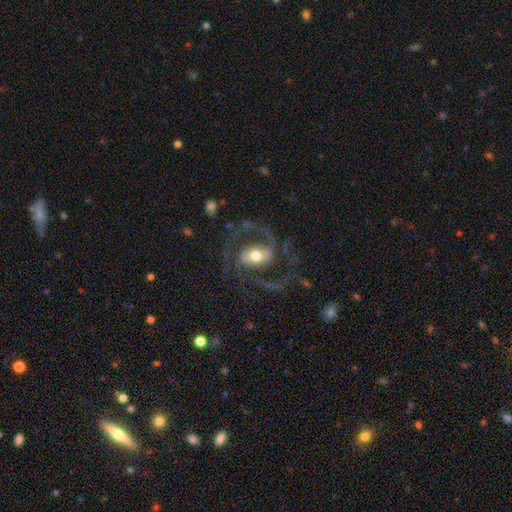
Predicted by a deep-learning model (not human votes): Smooth or featured? Predicted: featured or disk (p=0.88). Edge-on disk? Predicted: no (p=0.98). Bar? Predicted: no (p=0.41). Spiral arms? Predicted: yes (p=0.96). Spiral winding? Predicted: medium (p=0.57). Spiral arm count? Predicted: 2 (p=0.75). Bulge size? Predicted: moderate (p=0.69). Merging? Predicted: none (p=0.67).